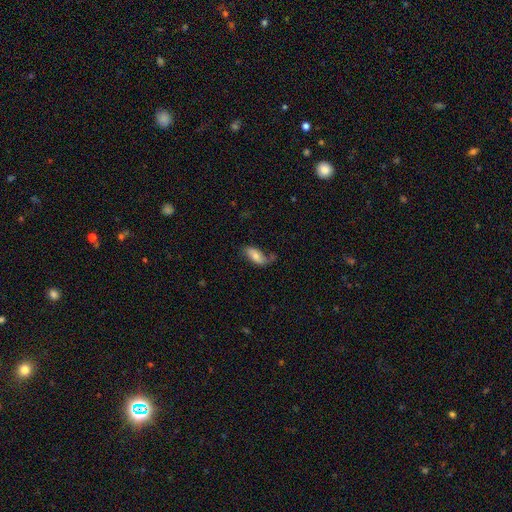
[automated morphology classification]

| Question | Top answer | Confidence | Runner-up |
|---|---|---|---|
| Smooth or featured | smooth | 69% | featured or disk (23%) |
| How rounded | in between | 87% | cigar-shaped (10%) |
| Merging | none | 55% | minor disturbance (27%) |